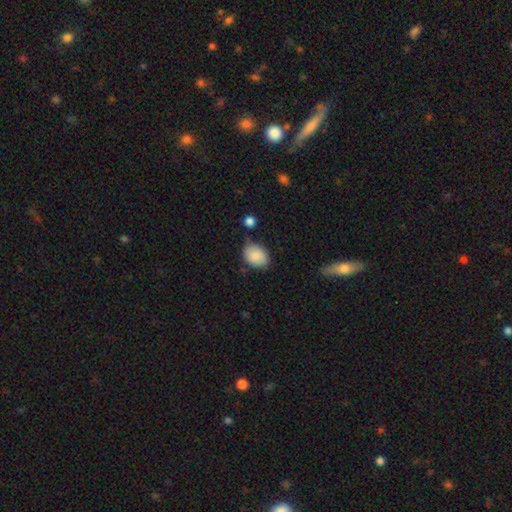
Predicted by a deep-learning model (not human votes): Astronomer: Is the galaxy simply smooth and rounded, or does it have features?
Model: smooth — 86%.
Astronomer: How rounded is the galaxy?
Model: in between — 72%.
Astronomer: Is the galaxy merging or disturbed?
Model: none — 67%.